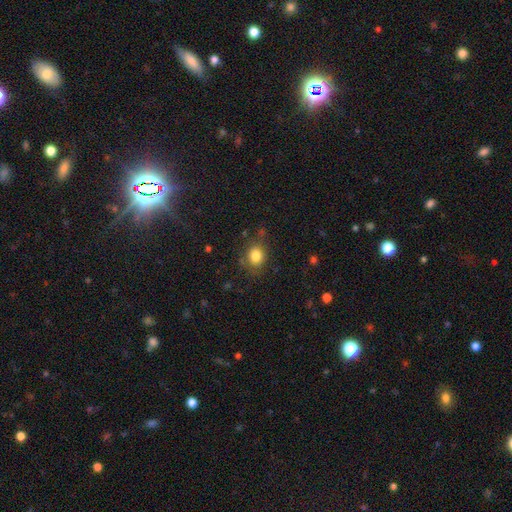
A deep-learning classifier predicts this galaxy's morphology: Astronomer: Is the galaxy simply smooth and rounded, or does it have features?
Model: smooth — 82%.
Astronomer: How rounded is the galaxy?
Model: round — 65%.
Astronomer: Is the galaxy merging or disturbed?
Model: none — 77%.